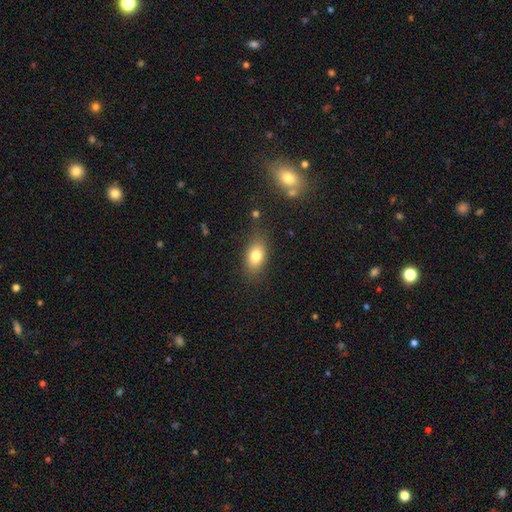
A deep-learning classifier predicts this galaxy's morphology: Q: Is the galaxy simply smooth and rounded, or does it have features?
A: smooth — 79%.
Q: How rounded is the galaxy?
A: in between — 84%.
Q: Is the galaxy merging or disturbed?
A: none — 80%.